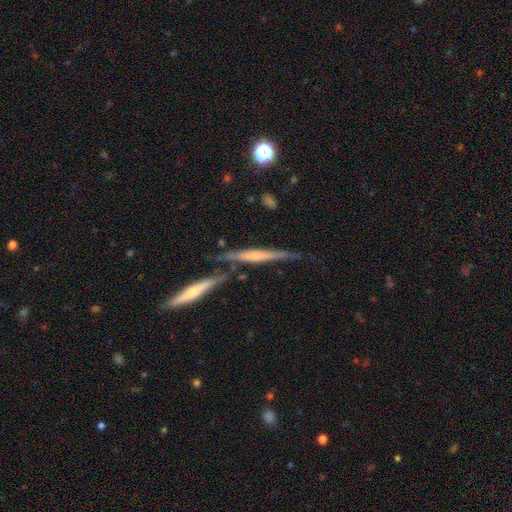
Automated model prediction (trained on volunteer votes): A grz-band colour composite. It shows a featured or disk galaxy (62%) viewed edge-on (94%) with no central bulge (42%). Merging: none (60%).